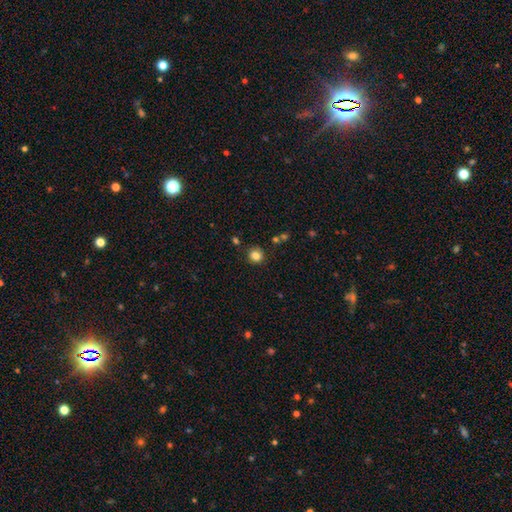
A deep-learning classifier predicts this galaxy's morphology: smooth_or_featured: smooth (p=0.83) [alt: star or artifact p=0.12]
how_rounded: round (p=0.85) [alt: in between p=0.14]
merging: none (p=0.84) [alt: minor disturbance p=0.09]